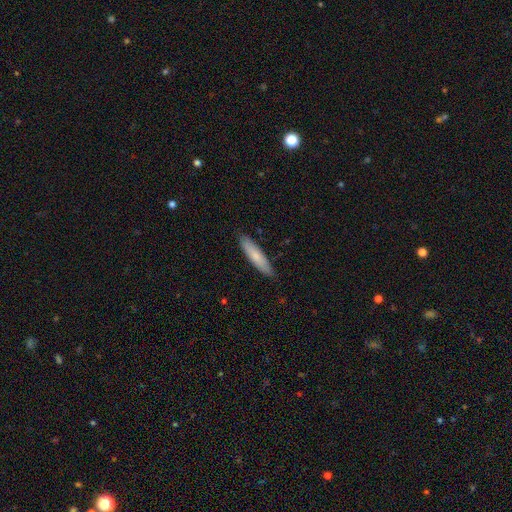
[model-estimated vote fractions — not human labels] A smooth galaxy with no disk features (75%) that is cigar-shaped (79%). Merging: none (86%).